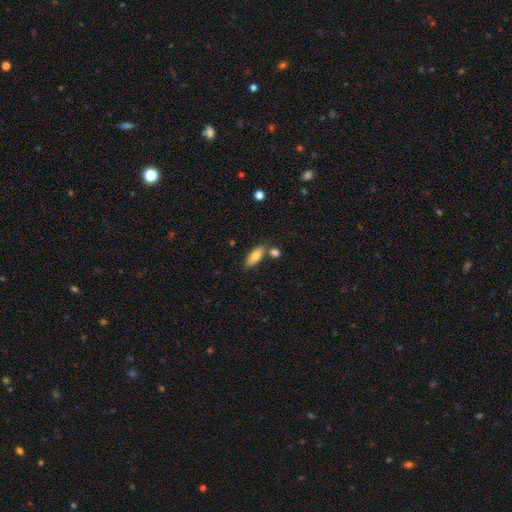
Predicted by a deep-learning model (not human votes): Smooth or featured?
  - smooth: 75% *
  - featured or disk: 18%
  - star or artifact: 7%
How rounded?
  - in between: 78% *
  - cigar-shaped: 19%
  - round: 3%
Merging?
  - none: 69% *
  - merger: 15%
  - minor disturbance: 12%
  - major disturbance: 3%